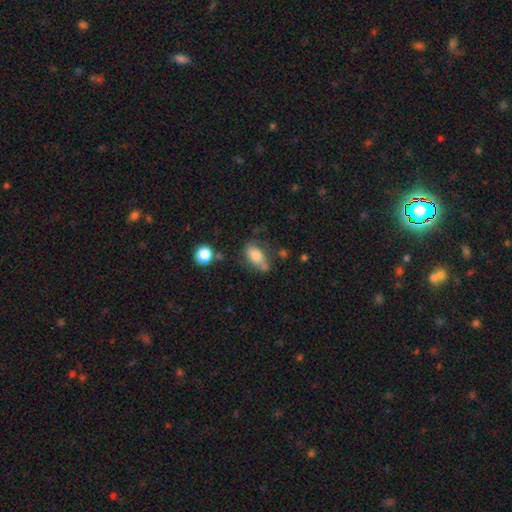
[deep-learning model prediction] A smooth galaxy with no disk features (70%) that is in between round and cigar-shaped (85%).

Vote fractions:
- Smooth or featured? smooth: 70% / featured or disk: 22% / star or artifact: 9%
- How rounded? in between: 85% / cigar-shaped: 8% / round: 6%
- Merging? none: 50% / minor disturbance: 28% / major disturbance: 13% / merger: 9%